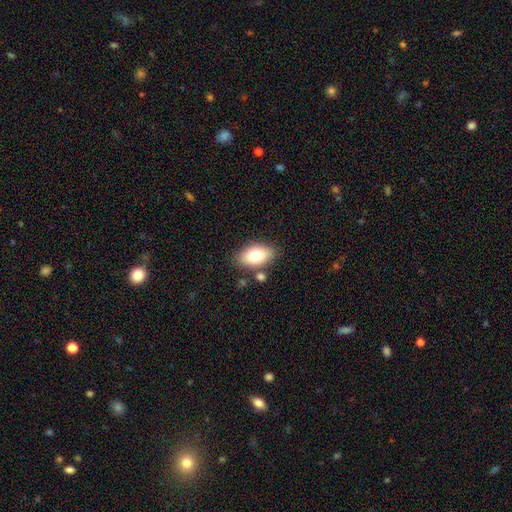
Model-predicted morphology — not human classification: smooth-or-featured: smooth: 78% | featured or disk: 15% | star or artifact: 8%
  how-rounded: in between: 92% | round: 5% | cigar-shaped: 3%
  merging: none: 77% | minor disturbance: 12% | merger: 7% | major disturbance: 3%